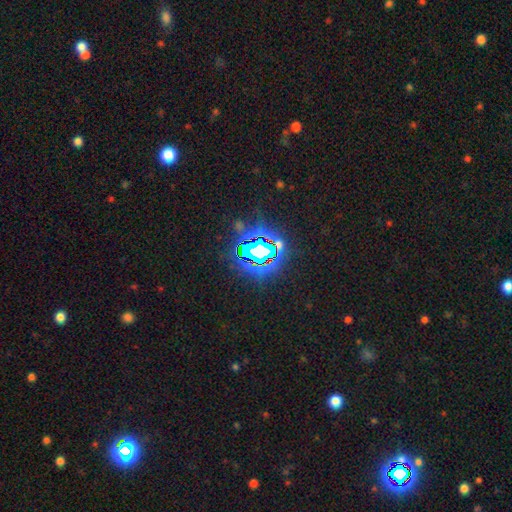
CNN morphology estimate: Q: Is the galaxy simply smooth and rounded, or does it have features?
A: star or artifact — 79%.